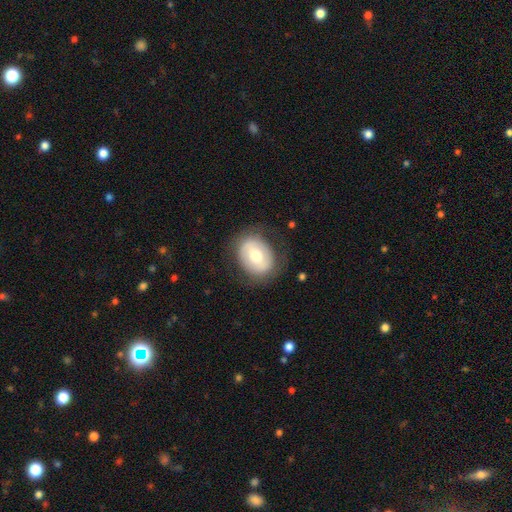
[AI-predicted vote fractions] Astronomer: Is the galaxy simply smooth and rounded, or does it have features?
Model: smooth — 52% (runner-up: featured or disk, 41%).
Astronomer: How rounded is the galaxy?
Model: in between — 52% (runner-up: round, 47%).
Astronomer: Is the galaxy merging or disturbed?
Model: none — 74%.